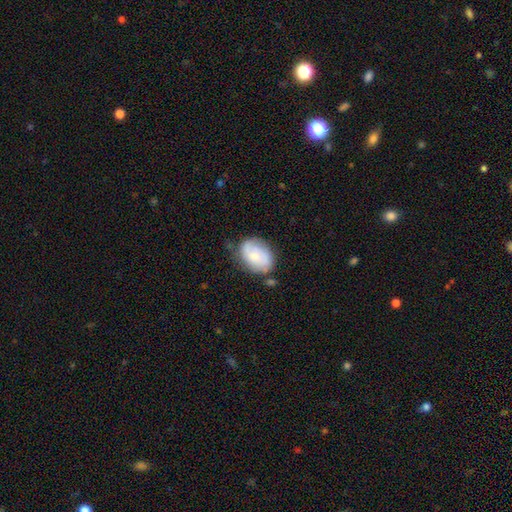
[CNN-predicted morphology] Q: Smooth or featured?
A: smooth (51%); runner-up: featured or disk (42%)
Q: How rounded?
A: in between (77%); runner-up: round (22%)
Q: Merging?
A: none (62%); runner-up: minor disturbance (25%)